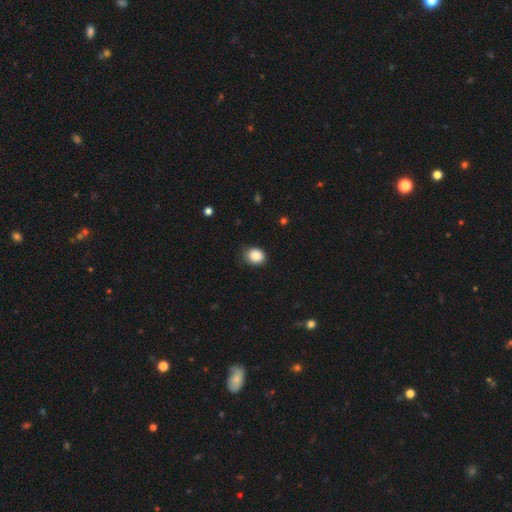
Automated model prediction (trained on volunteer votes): Morphology: type=smooth (87%); roundness=round (66%); merging=none (78%).